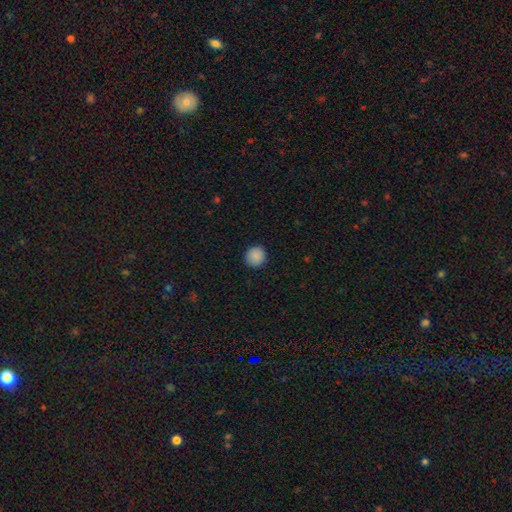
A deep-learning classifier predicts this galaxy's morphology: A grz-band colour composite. It shows a smooth galaxy with no disk features (89%) that is round (91%). Merging: none (91%).